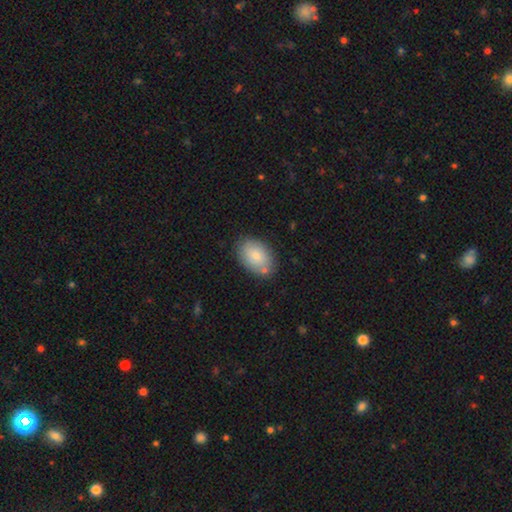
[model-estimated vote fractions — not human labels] Smooth or featured: smooth — 79% (featured or disk — 15%)
How rounded: in between — 86% (round — 13%)
Merging: none — 77% (minor disturbance — 14%)